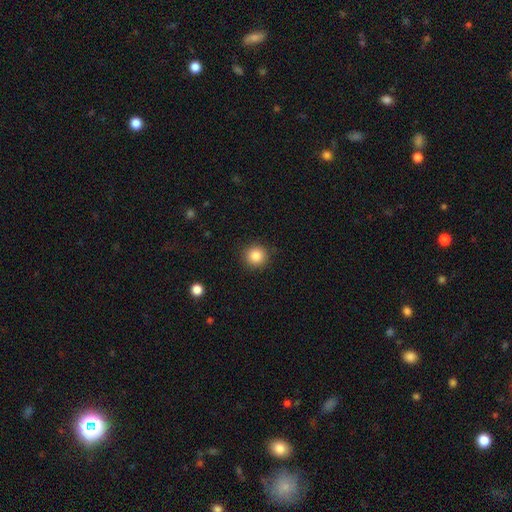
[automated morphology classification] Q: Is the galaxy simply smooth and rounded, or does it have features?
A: smooth — 85%.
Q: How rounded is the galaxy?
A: round — 92%.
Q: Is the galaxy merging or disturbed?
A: none — 90%.